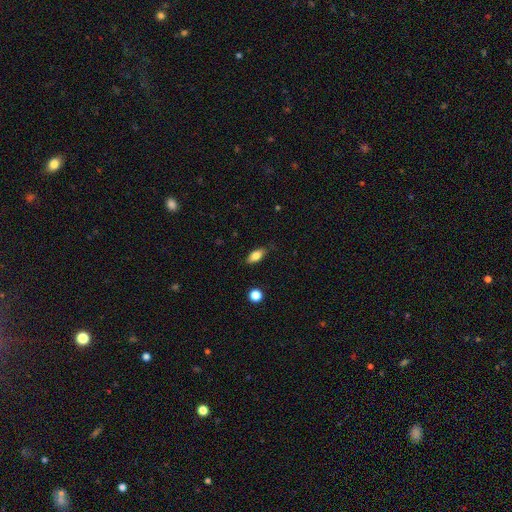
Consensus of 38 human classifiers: smooth 87%, featured or disk 11%, star or artifact 3%. Down the decision tree: how rounded — in between (82%); merging — none (81%).